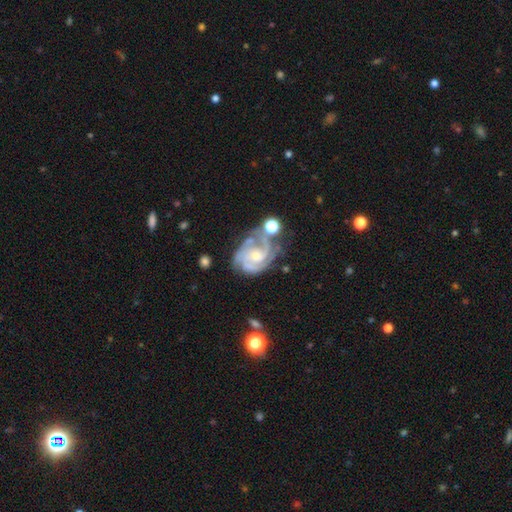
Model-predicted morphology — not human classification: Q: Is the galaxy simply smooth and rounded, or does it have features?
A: featured or disk — 88%.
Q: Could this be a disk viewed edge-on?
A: no — 98%.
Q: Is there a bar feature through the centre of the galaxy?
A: no — 65%.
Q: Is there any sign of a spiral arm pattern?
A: yes — 97%.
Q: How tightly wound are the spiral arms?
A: tight — 56%.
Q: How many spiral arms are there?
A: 3 — 42%.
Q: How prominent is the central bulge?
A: small — 53%.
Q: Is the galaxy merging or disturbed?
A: none — 53%.